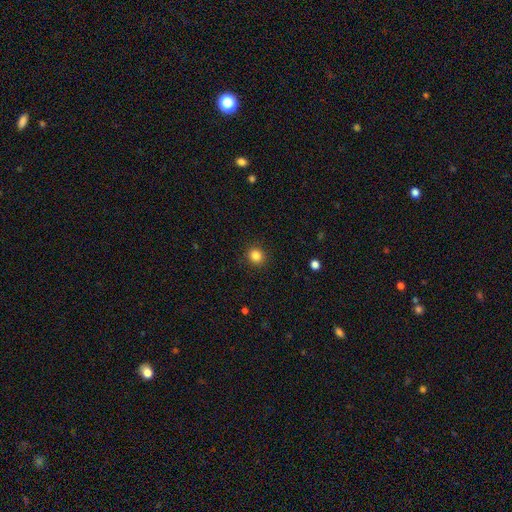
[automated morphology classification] A smooth galaxy with no disk features (84%) that is round (88%).

Vote fractions:
- Smooth or featured? smooth: 84% / star or artifact: 12% / featured or disk: 4%
- How rounded? round: 88% / in between: 12% / cigar-shaped: 1%
- Merging? none: 91% / minor disturbance: 6% / major disturbance: 2% / merger: 1%